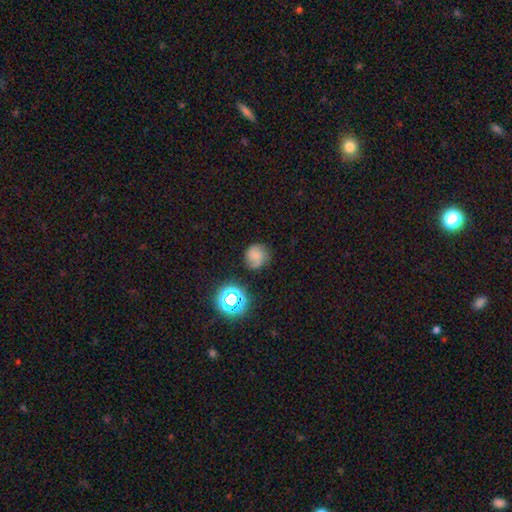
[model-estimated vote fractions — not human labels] smooth 44%, featured or disk 41%, star or artifact 15%. Down the decision tree: merging — none (73%).